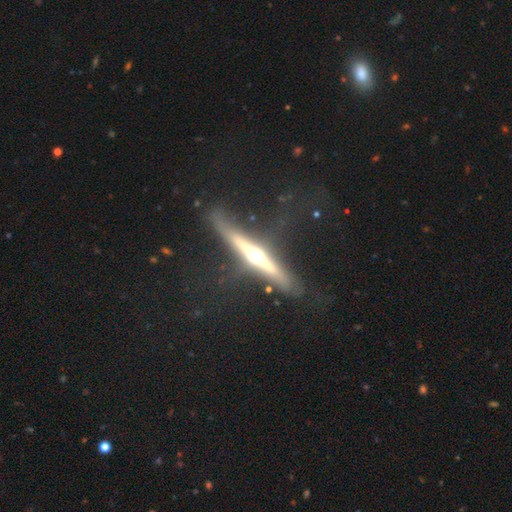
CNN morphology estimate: A featured or disk galaxy (79%) viewed edge-on (95%) with a rounded central bulge (93%). Merging: none (71%).